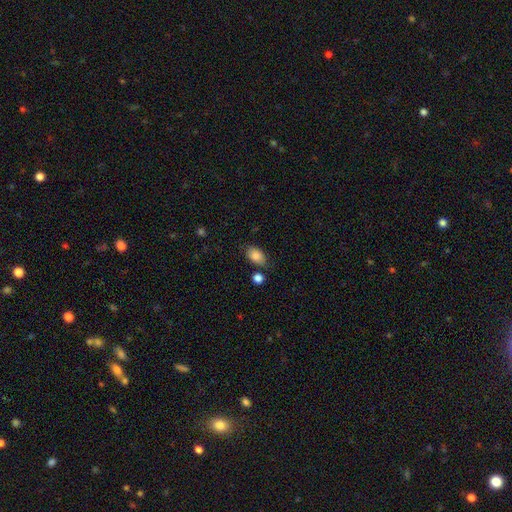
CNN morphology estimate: Smooth or featured: smooth — 85% (star or artifact — 8%)
How rounded: in between — 88% (round — 10%)
Merging: none — 74% (minor disturbance — 16%)